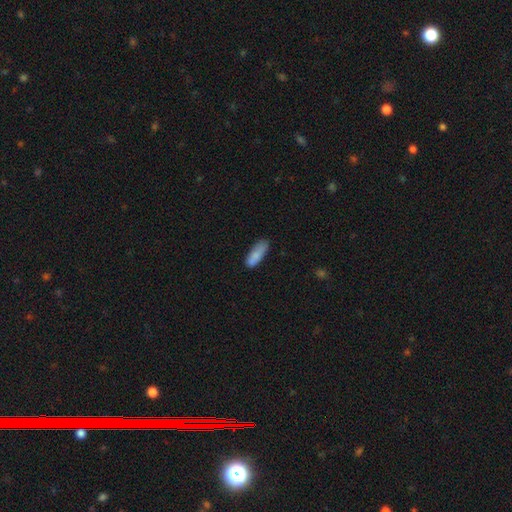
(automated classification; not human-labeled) The model was most divided on "how rounded": in between: 64%, cigar-shaped: 35%, round: 2%. More confident: smooth or featured — smooth (84%); merging — none (66%).